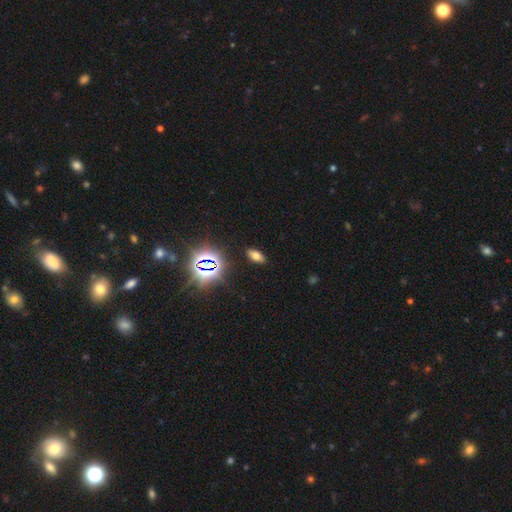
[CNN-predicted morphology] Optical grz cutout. It shows a smooth galaxy with no disk features (62%) that is in between round and cigar-shaped (85%). Merging: none (88%).